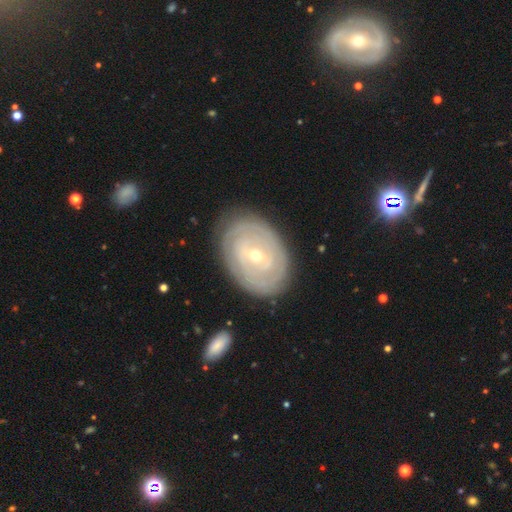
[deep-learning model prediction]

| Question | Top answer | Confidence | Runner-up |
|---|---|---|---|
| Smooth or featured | featured or disk | 84% | smooth (11%) |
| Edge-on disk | no | 96% | yes (4%) |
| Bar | no | 47% | weak (40%) |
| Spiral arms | yes | 89% | no (11%) |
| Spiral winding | tight | 84% | medium (12%) |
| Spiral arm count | can't tell | 42% | 2 (26%) |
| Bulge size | small | 63% | moderate (34%) |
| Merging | none | 83% | minor disturbance (12%) |